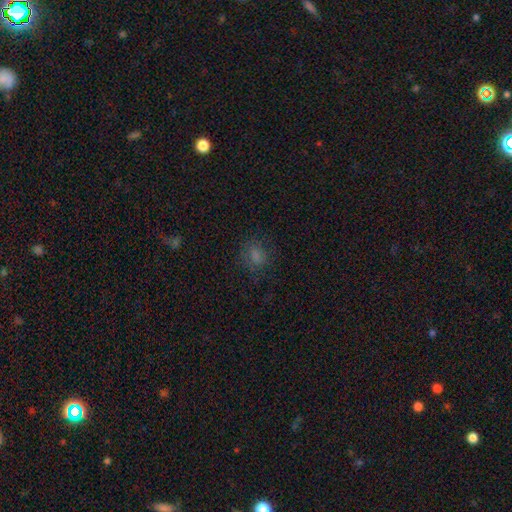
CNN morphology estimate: Smooth or featured? smooth (74%)
How rounded? round (59%)
Merging? none (75%)